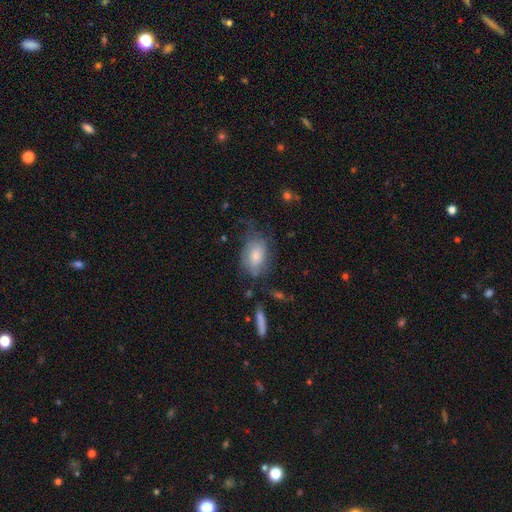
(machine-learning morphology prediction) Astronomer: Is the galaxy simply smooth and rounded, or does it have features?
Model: smooth — 68%.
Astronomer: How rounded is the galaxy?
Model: in between — 85%.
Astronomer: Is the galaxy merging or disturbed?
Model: none — 48% (runner-up: minor disturbance, 30%).